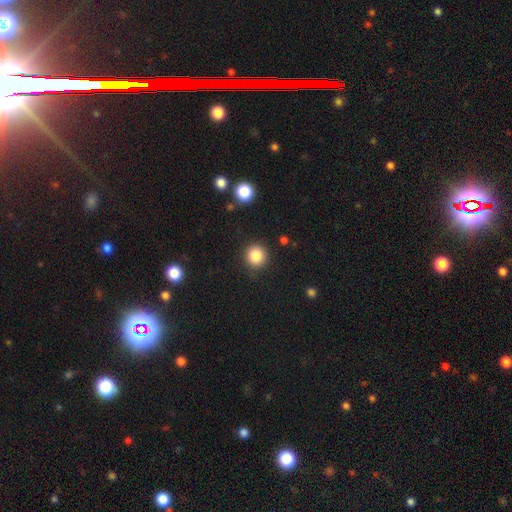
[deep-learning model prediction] The model was most divided on "smooth or featured": smooth: 85%, star or artifact: 11%, featured or disk: 4%. More confident: how rounded — round (92%); merging — none (89%).